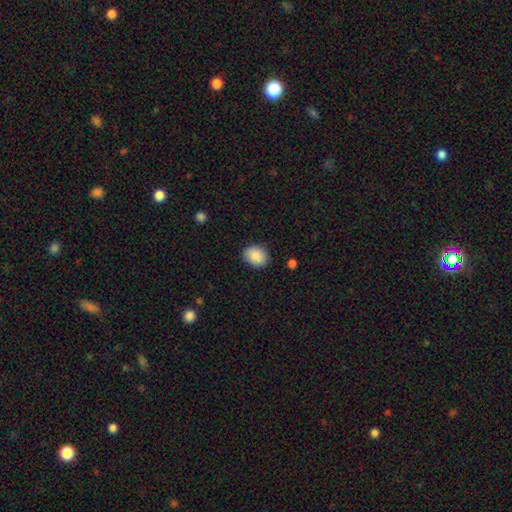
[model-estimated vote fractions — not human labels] Morphology: type=smooth (89%); roundness=in between (59%); merging=none (85%).